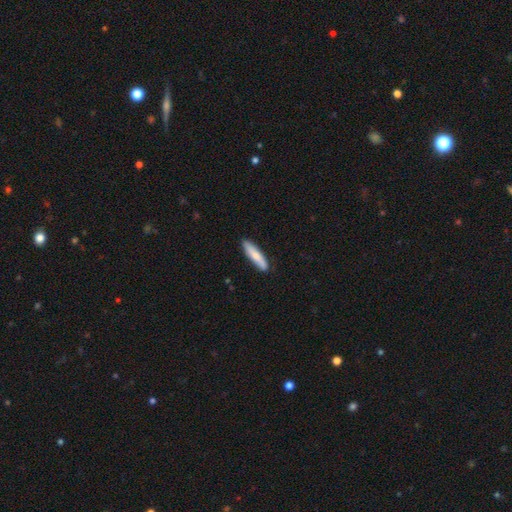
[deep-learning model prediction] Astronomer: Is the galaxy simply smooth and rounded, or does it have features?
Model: smooth — 76%.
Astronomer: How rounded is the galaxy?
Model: cigar-shaped — 81%.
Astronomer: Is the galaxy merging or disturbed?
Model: none — 87%.